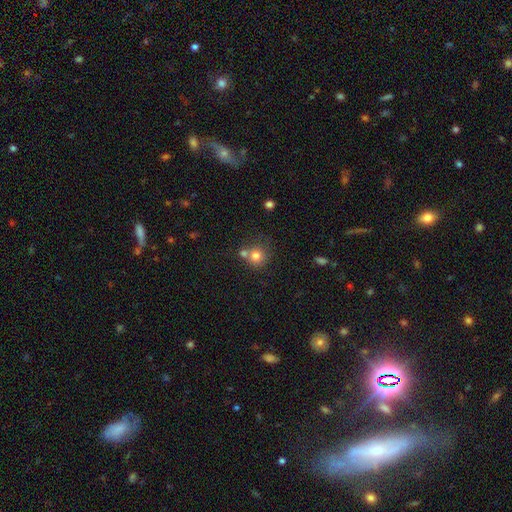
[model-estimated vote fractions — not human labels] smooth_or_featured: smooth (p=0.77) [alt: star or artifact p=0.12]
how_rounded: round (p=0.89) [alt: in between p=0.11]
merging: none (p=0.53) [alt: merger p=0.34]